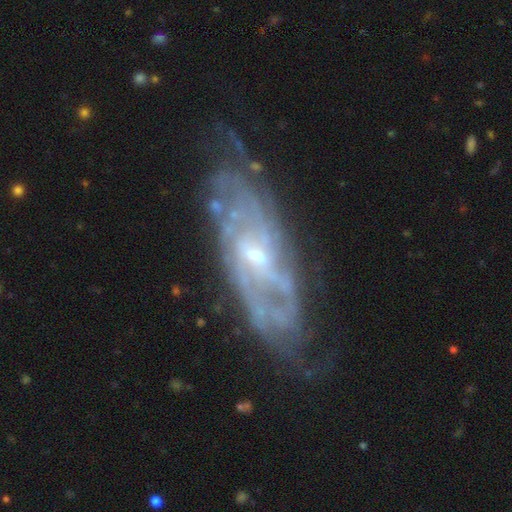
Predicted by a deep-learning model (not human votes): featured or disk 86%, smooth 8%, star or artifact 6%. Down the decision tree: edge-on disk — no (87%); bar — weak (49%); spiral arms — yes (91%); spiral arm count — can't tell (49%); spiral winding — tight (56%); bulge size — small (57%); merging — none (69%).